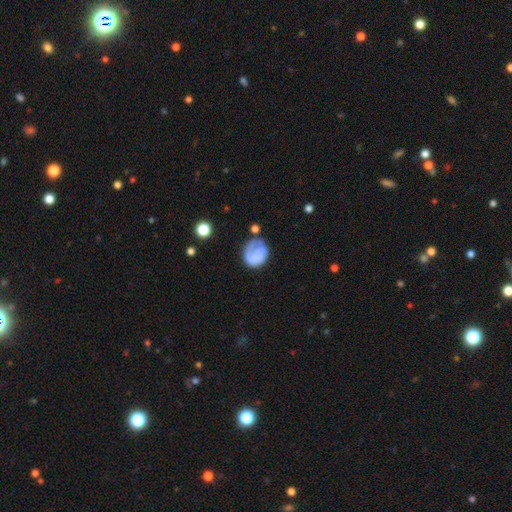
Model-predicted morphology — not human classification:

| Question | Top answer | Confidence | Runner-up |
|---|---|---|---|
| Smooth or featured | smooth | 62% | featured or disk (30%) |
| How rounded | round | 67% | in between (32%) |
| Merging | none | 50% | minor disturbance (25%) |